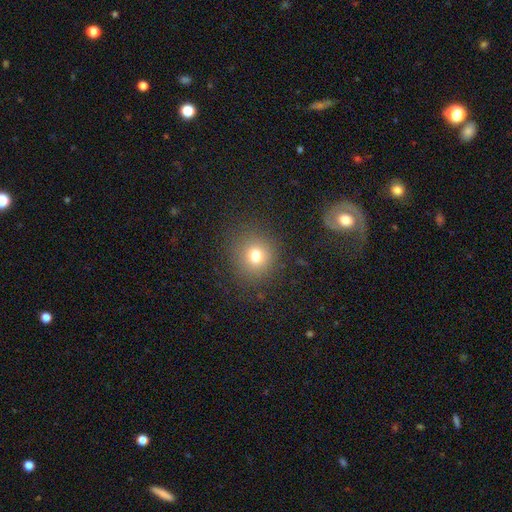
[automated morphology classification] Smooth or featured? Predicted: smooth (p=0.75). How rounded? Predicted: round (p=0.88). Merging? Predicted: none (p=0.86).